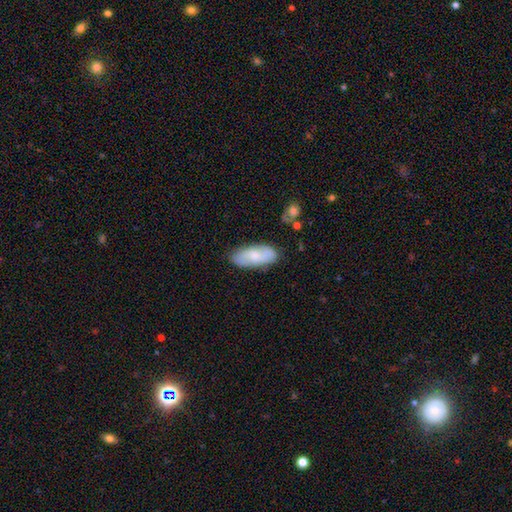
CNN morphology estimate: A smooth galaxy with no disk features (57%) that is in between round and cigar-shaped (83%). Merging: none (81%).